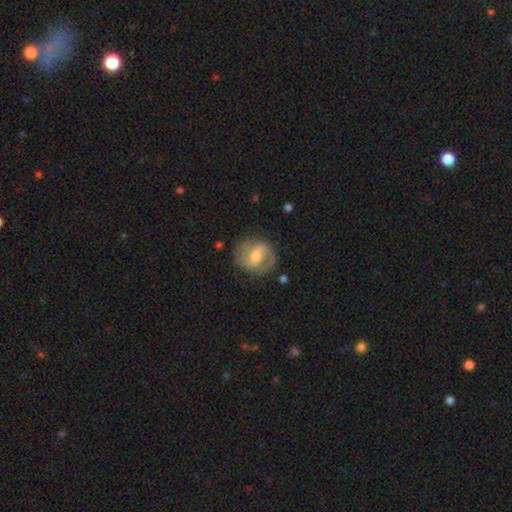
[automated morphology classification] Smooth or featured?
  - featured or disk: 67% *
  - smooth: 26%
  - star or artifact: 6%
Edge-on disk?
  - no: 97% *
  - yes: 3%
Bar?
  - weak: 51% *
  - no: 30%
  - strong: 19%
Spiral arms?
  - yes: 82% *
  - no: 18%
Spiral winding?
  - medium: 46% *
  - tight: 33%
  - loose: 20%
Spiral arm count?
  - 2: 75% *
  - can't tell: 14%
  - 1: 6%
  - 3: 3%
  - 4: 1%
  - more than 4: 1%
Bulge size?
  - moderate: 66% *
  - small: 24%
  - large: 7%
  - none: 2%
  - dominant: 1%
Merging?
  - none: 71% *
  - minor disturbance: 19%
  - major disturbance: 9%
  - merger: 2%